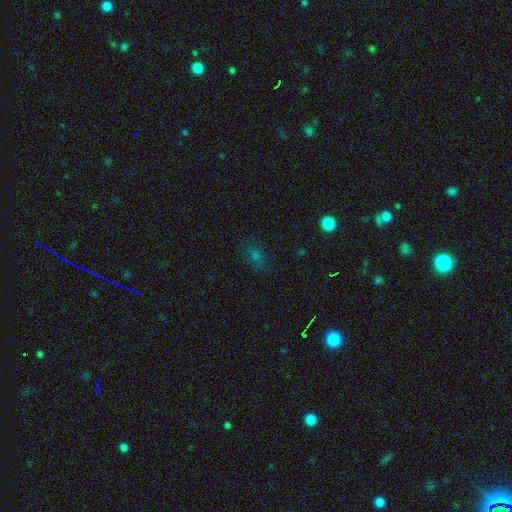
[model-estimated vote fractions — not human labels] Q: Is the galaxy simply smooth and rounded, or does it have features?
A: smooth — 55%.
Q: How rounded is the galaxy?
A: in between — 70%.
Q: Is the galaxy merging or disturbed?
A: none — 80%.